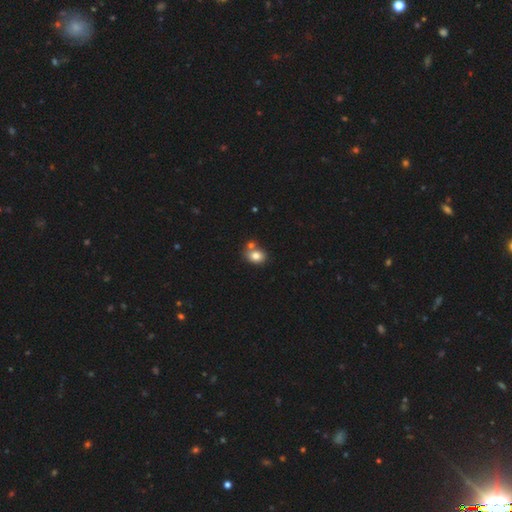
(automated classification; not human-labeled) This is clearly a smooth galaxy (80%). How rounded: possibly in between (53%). Merging: possibly none (56%).